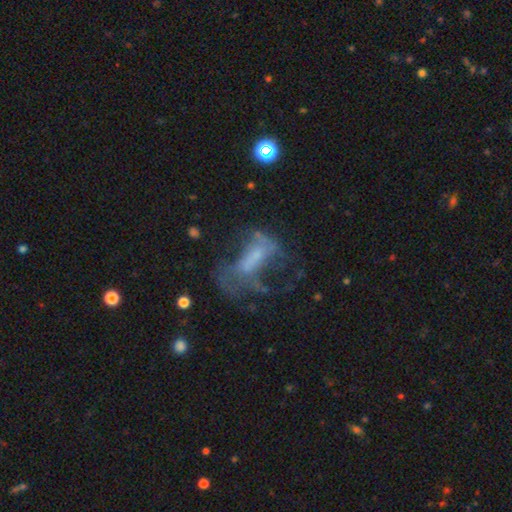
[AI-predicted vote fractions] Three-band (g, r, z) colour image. It shows a featured or disk galaxy (58%) with no bar (54%), no spiral arms (60%) and no central bulge (37%, tied with small). Merging: major disturbance (45%).